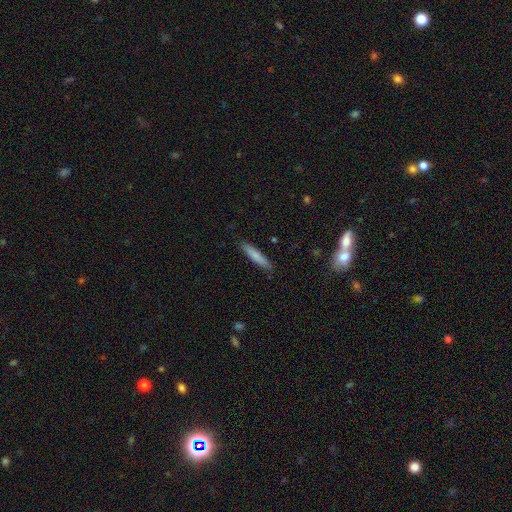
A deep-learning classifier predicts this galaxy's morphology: Smooth or featured? Predicted: smooth (p=0.78). How rounded? Predicted: cigar-shaped (p=0.87). Merging? Predicted: none (p=0.86).